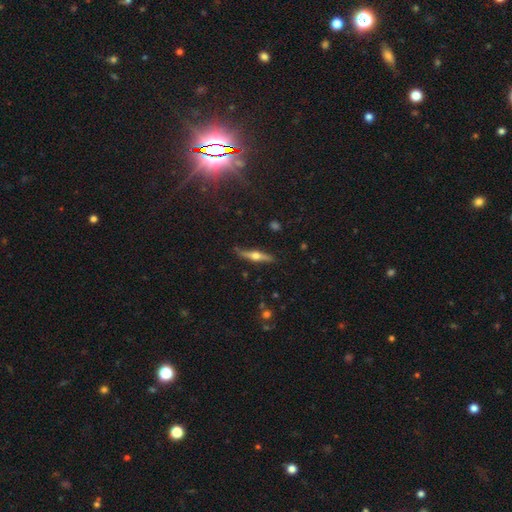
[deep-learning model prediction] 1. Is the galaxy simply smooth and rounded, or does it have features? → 65% featured or disk, 29% smooth, 6% star or artifact.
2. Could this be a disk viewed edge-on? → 96% yes, 4% no.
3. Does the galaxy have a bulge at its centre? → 94% rounded, 3% boxy, 3% none.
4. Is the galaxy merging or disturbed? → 85% none, 11% minor disturbance, 2% major disturbance, 2% merger.